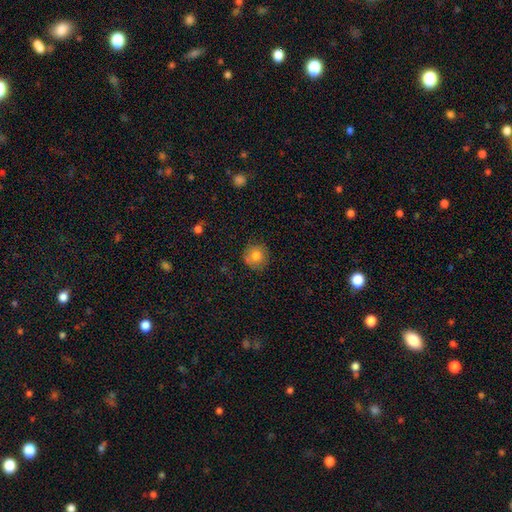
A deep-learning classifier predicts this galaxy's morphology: Overall: smooth (78%). How rounded: round (92%). Merging: none (81%).